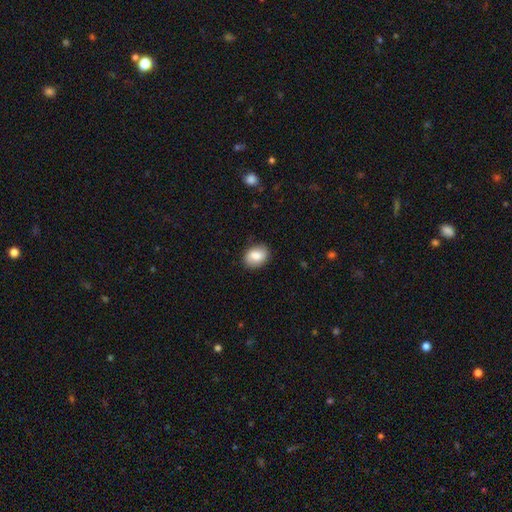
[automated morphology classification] type=smooth (79%); roundness=in between (69%); merging=none (83%).